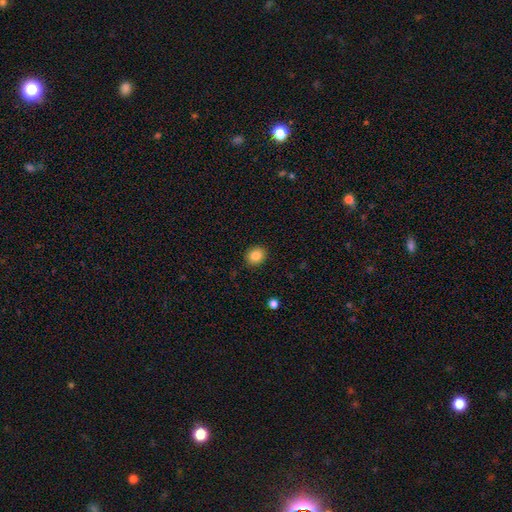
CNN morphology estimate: Smooth or featured? Predicted: smooth (p=0.85). How rounded? Predicted: round (p=0.74). Merging? Predicted: none (p=0.90).